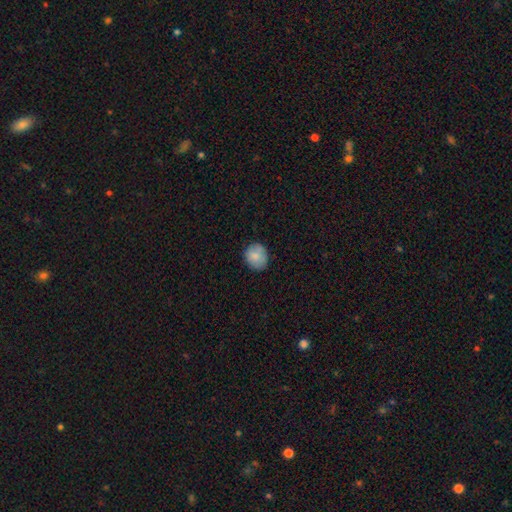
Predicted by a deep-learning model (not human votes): smooth_or_featured: smooth (p=0.84) [alt: featured or disk p=0.08]
how_rounded: round (p=0.81) [alt: in between p=0.18]
merging: none (p=0.81) [alt: minor disturbance p=0.15]